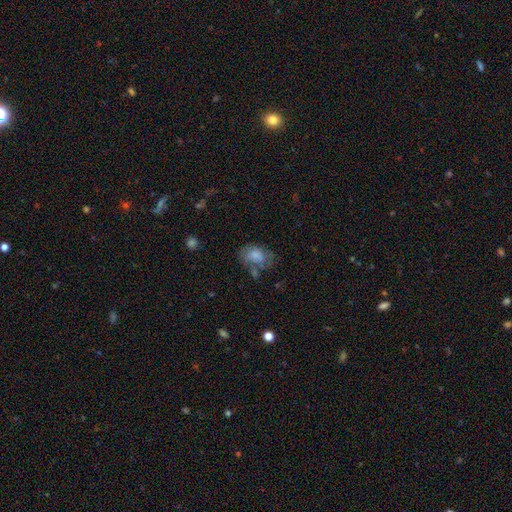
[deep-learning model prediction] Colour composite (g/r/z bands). It shows a smooth galaxy with no disk features (65%) that is in between round and cigar-shaped (78%). Merging: none (39%).